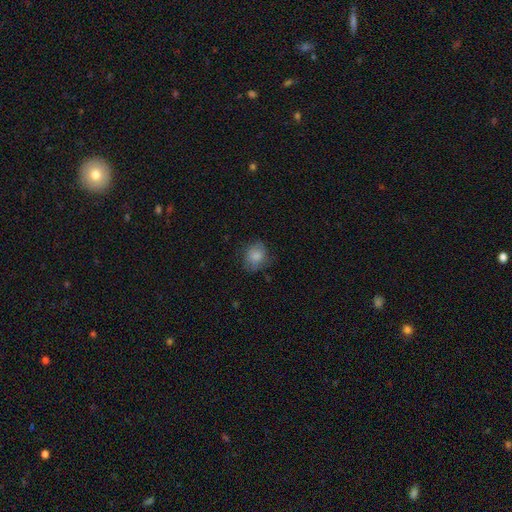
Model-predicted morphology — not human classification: smooth 79%, featured or disk 13%, star or artifact 8%. Down the decision tree: how rounded — round (58%); merging — none (66%).